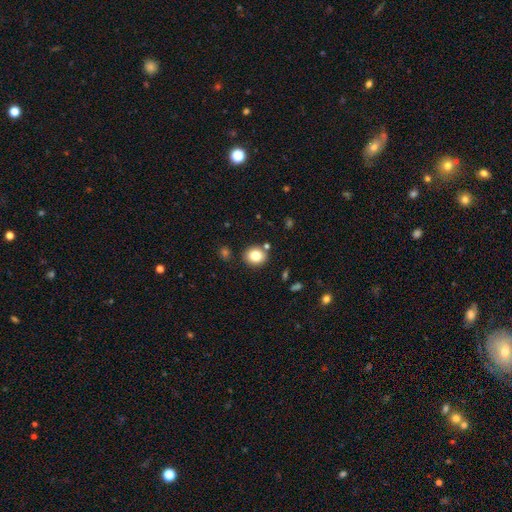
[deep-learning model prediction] smooth 81%, star or artifact 10%, featured or disk 9%. Down the decision tree: how rounded — round (76%); merging — none (84%).